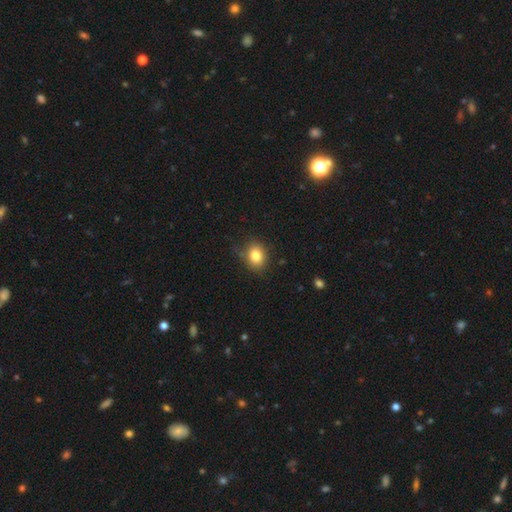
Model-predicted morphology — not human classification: Q: Smooth or featured?
A: smooth (82%); runner-up: star or artifact (10%)
Q: How rounded?
A: round (51%); runner-up: in between (48%)
Q: Merging?
A: none (79%); runner-up: minor disturbance (16%)